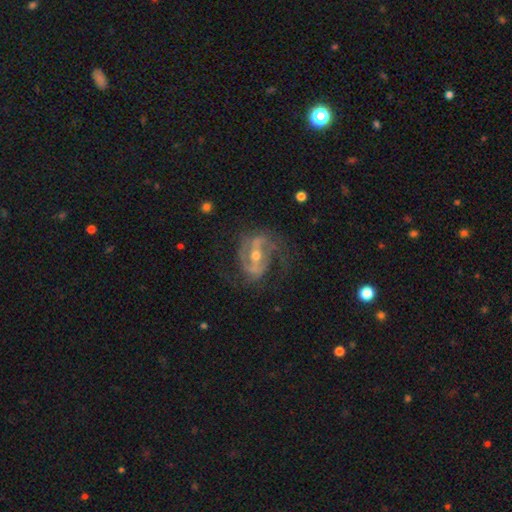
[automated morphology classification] This appears to be a featured or disk galaxy (87%) with a strong bar (49%), 2 (70%) medium (49%) spiral arms (92%) and a moderate central bulge (56%). Merging: none (63%).